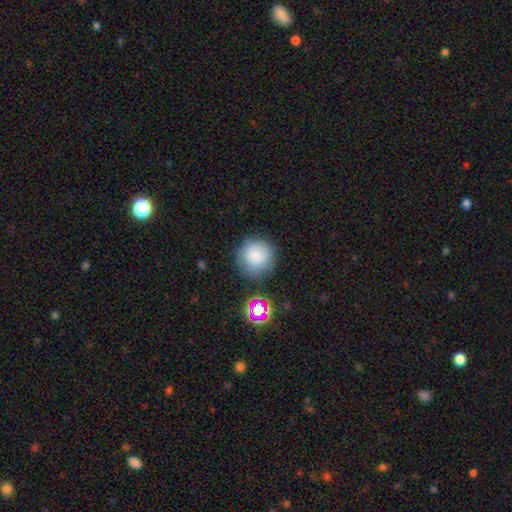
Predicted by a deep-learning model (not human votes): A smooth galaxy with no disk features (83%) that is round (94%). Merging: none (80%).